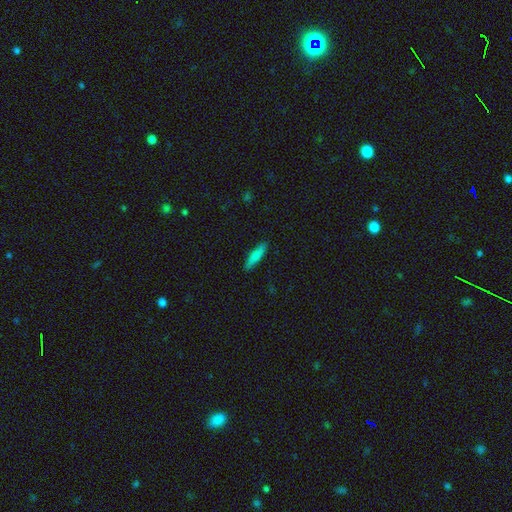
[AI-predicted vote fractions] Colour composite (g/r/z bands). It shows a smooth galaxy with no disk features (81%) that is cigar-shaped (81%). Merging: none (89%).